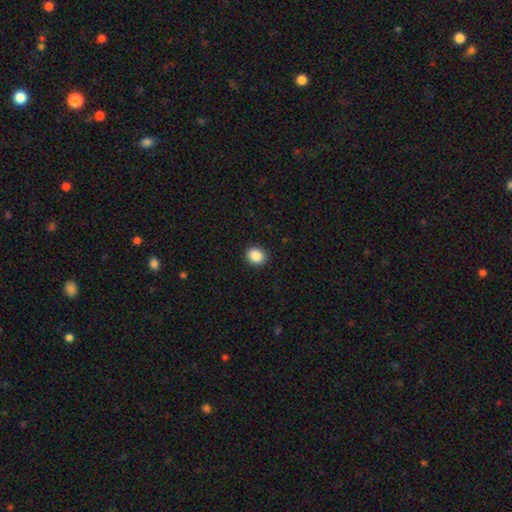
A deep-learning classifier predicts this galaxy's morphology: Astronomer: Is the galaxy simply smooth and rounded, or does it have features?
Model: smooth — 88%.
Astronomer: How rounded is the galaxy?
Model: round — 77%.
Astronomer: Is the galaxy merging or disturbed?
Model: none — 91%.